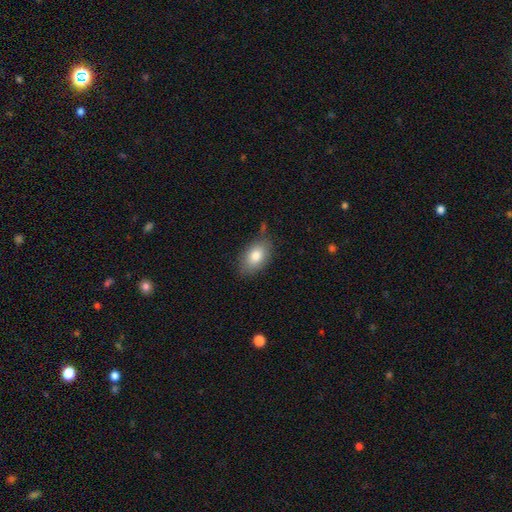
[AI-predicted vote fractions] Smooth or featured? Predicted: smooth (p=0.82). How rounded? Predicted: in between (p=0.90). Merging? Predicted: none (p=0.76).